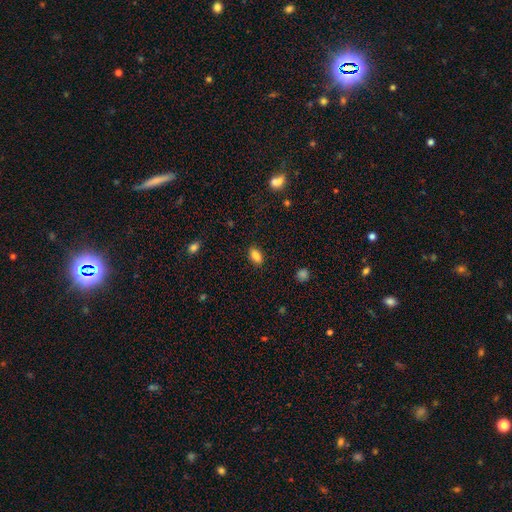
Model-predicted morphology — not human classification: Smooth or featured?
  - smooth: 86% *
  - star or artifact: 9%
  - featured or disk: 5%
How rounded?
  - in between: 90% *
  - round: 6%
  - cigar-shaped: 4%
Merging?
  - none: 87% *
  - minor disturbance: 9%
  - major disturbance: 3%
  - merger: 1%